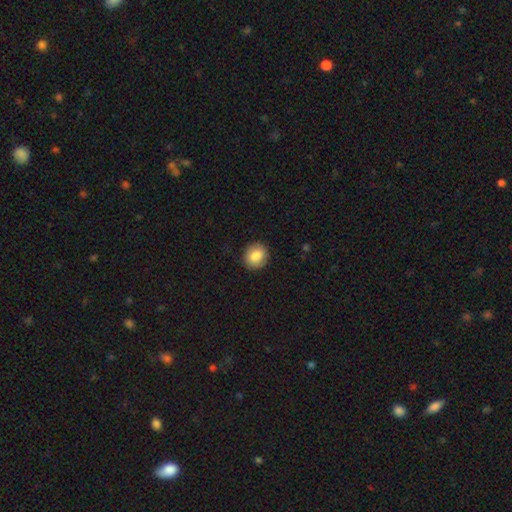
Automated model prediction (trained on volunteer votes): Smooth or featured?
  - smooth: 85% *
  - star or artifact: 8%
  - featured or disk: 7%
How rounded?
  - round: 79% *
  - in between: 20%
  - cigar-shaped: 1%
Merging?
  - none: 90% *
  - minor disturbance: 7%
  - major disturbance: 2%
  - merger: 1%